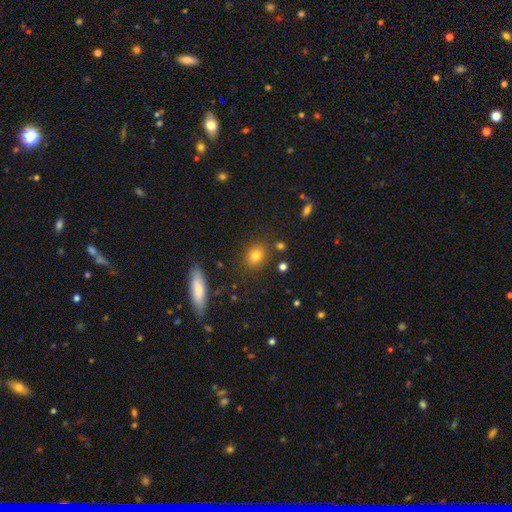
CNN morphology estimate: smooth 80%, star or artifact 11%, featured or disk 9%. Down the decision tree: how rounded — in between (49%); merging — none (83%).